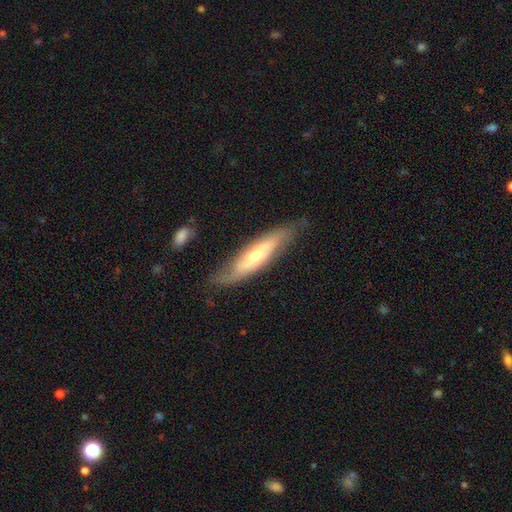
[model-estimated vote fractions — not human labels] A featured or disk galaxy (56%). Merging: none (72%).